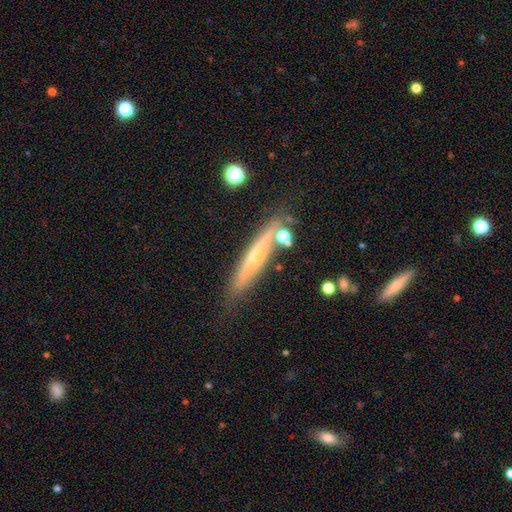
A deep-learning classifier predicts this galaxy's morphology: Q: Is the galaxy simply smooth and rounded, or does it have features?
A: featured or disk — 63%.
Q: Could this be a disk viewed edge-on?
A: yes — 90%.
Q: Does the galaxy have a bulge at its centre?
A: rounded — 69%.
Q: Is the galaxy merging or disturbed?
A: none — 76%.